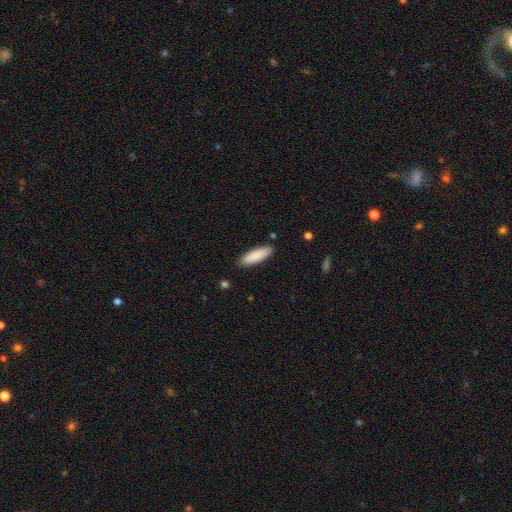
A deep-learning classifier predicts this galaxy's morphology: Overall: smooth (87%). How rounded: cigar-shaped (59%; in between 40%). Merging: none (88%).